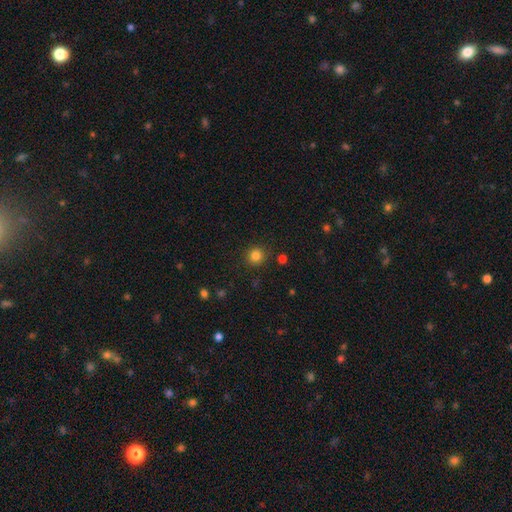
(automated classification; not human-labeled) smooth-or-featured: smooth: 82% | star or artifact: 13% | featured or disk: 5%
  how-rounded: round: 92% | in between: 7% | cigar-shaped: 1%
  merging: none: 89% | minor disturbance: 6% | major disturbance: 2% | merger: 2%